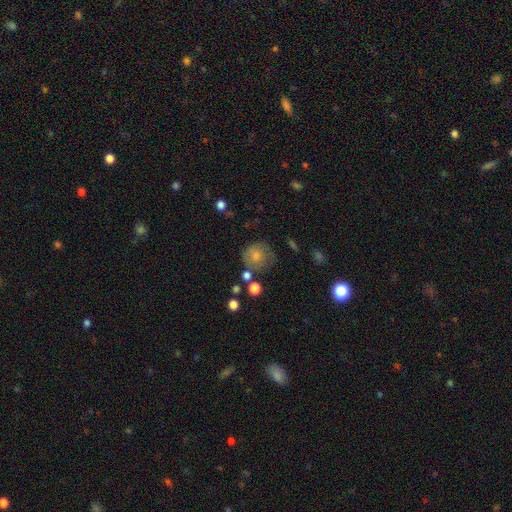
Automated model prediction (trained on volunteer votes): Overall: smooth (74%). How rounded: round (87%). Merging: none (64%).